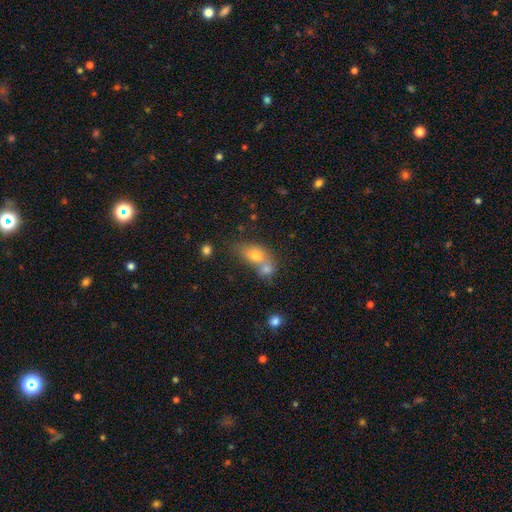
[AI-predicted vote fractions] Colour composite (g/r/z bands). It shows a smooth galaxy with no disk features (71%) that is in between round and cigar-shaped (69%). Merging: merger (65%).